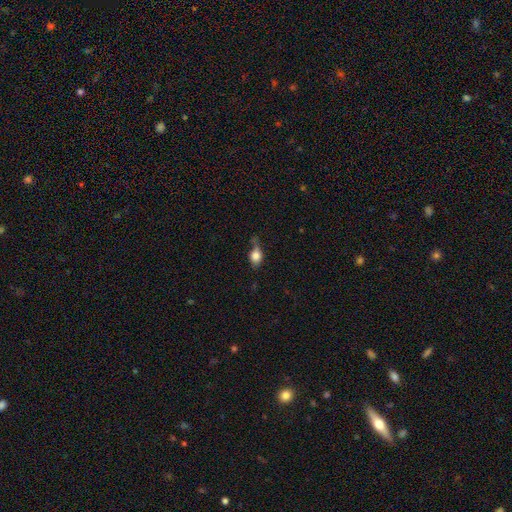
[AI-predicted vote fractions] This appears to be a smooth galaxy with no disk features (78%) that is in between round and cigar-shaped (58%). Merging: none (37%).